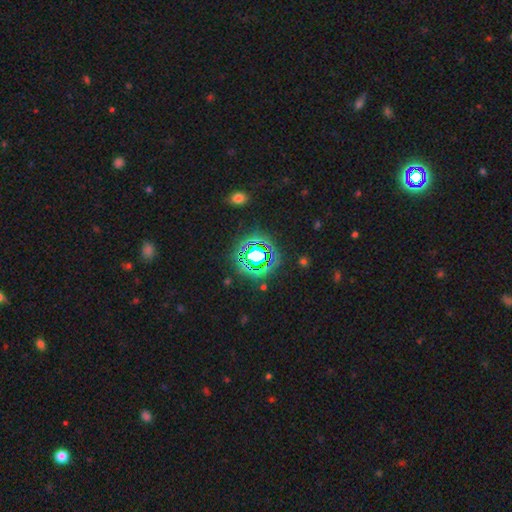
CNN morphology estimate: A star or artifact, not a galaxy (70%).